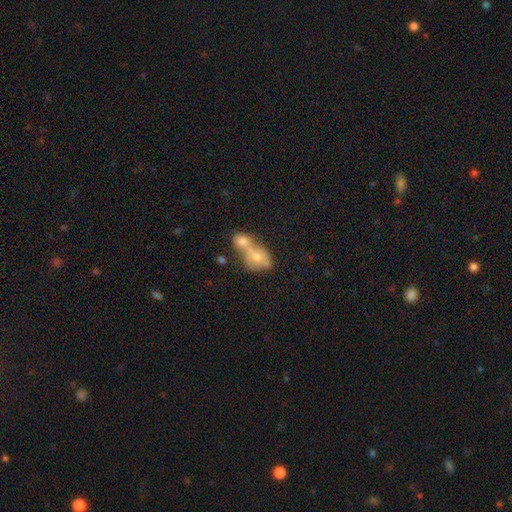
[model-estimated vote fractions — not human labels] smooth 62%, featured or disk 29%, star or artifact 9%. Down the decision tree: how rounded — in between (61%); merging — merger (73%).